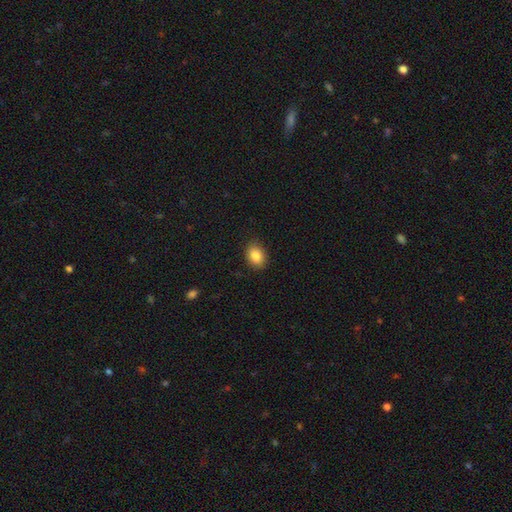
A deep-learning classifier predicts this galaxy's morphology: type=smooth (86%); roundness=in between (64%); merging=none (87%).